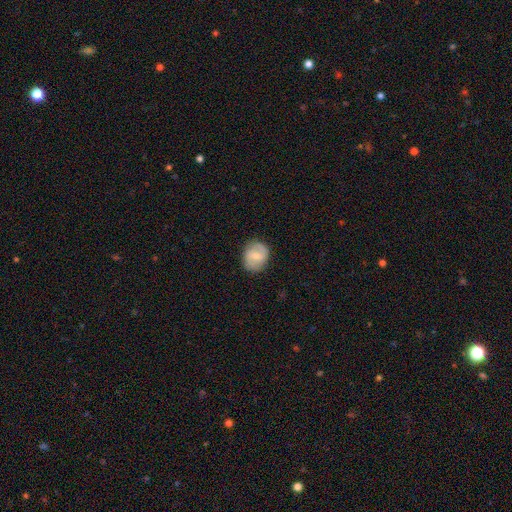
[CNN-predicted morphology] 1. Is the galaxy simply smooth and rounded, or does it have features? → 47% featured or disk, 46% smooth, 7% star or artifact.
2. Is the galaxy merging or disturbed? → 81% none, 13% minor disturbance, 4% major disturbance, 1% merger.